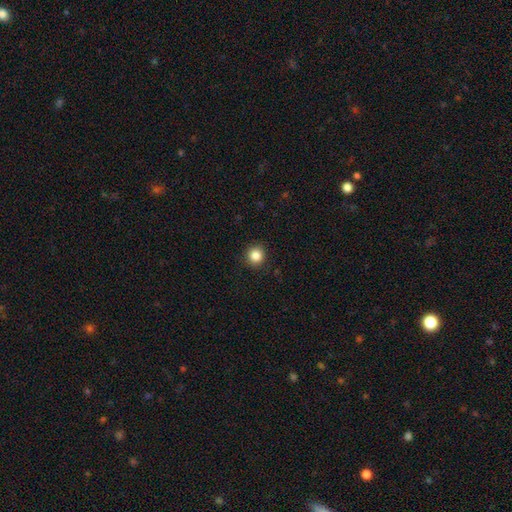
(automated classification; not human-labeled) A smooth galaxy with no disk features (86%) that is round (93%). Merging: none (92%).